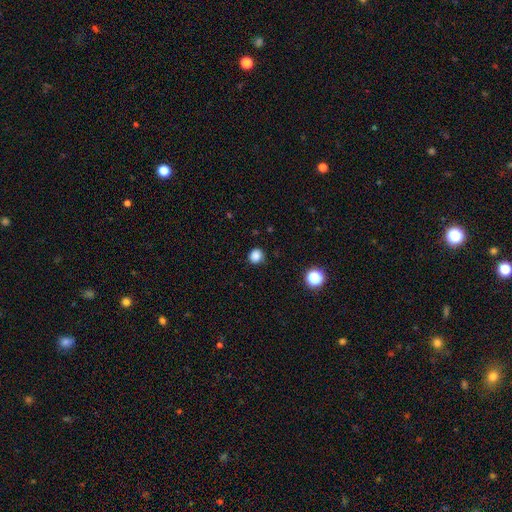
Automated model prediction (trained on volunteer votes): Smooth or featured: smooth — 84% (star or artifact — 13%)
How rounded: round — 83% (in between — 16%)
Merging: none — 87% (minor disturbance — 9%)